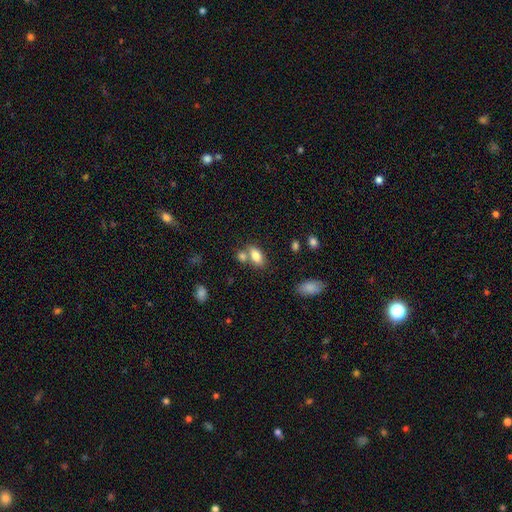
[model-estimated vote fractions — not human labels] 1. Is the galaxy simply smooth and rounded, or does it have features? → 80% smooth, 12% featured or disk, 8% star or artifact.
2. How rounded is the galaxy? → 88% in between, 6% round, 6% cigar-shaped.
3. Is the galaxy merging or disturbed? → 52% none, 33% merger, 11% minor disturbance, 4% major disturbance.